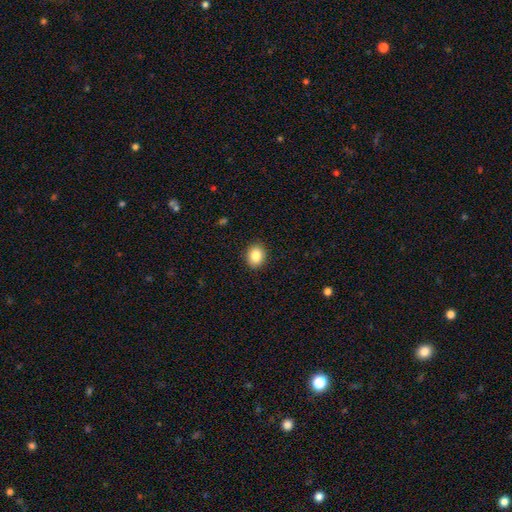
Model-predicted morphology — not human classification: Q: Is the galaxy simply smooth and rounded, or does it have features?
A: smooth — 86%.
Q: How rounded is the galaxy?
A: round — 57%.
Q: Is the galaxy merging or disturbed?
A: none — 91%.